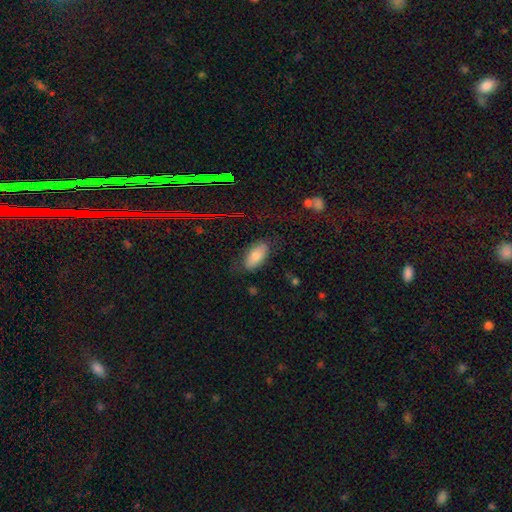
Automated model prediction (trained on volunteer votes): Smooth or featured?
  - smooth: 74% *
  - featured or disk: 16%
  - star or artifact: 10%
How rounded?
  - in between: 90% *
  - cigar-shaped: 7%
  - round: 3%
Merging?
  - none: 75% *
  - minor disturbance: 18%
  - major disturbance: 6%
  - merger: 2%